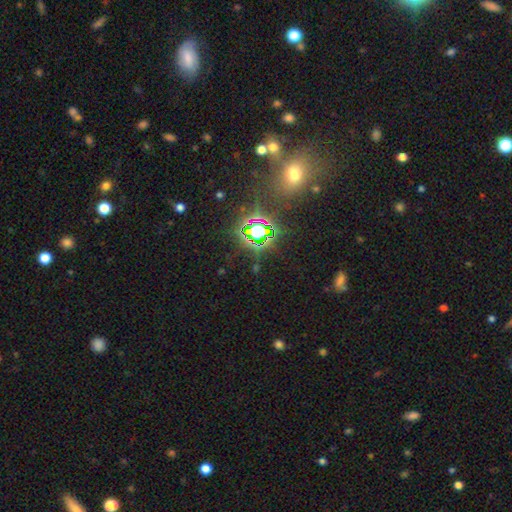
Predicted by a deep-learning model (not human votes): Smooth or featured? star or artifact (77%)